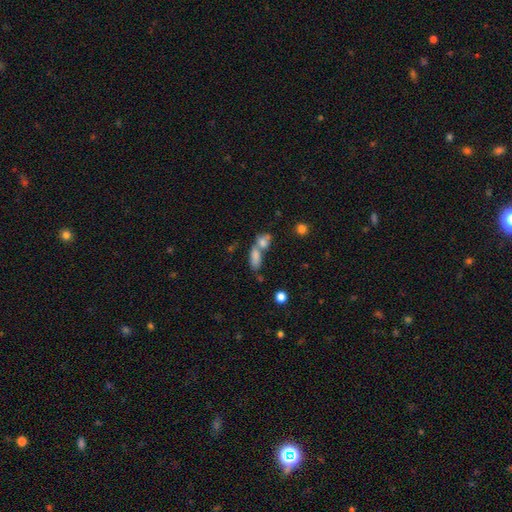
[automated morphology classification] Smooth or featured? Predicted: smooth (p=0.78). How rounded? Predicted: in between (p=0.75). Merging? Predicted: merger (p=0.53).